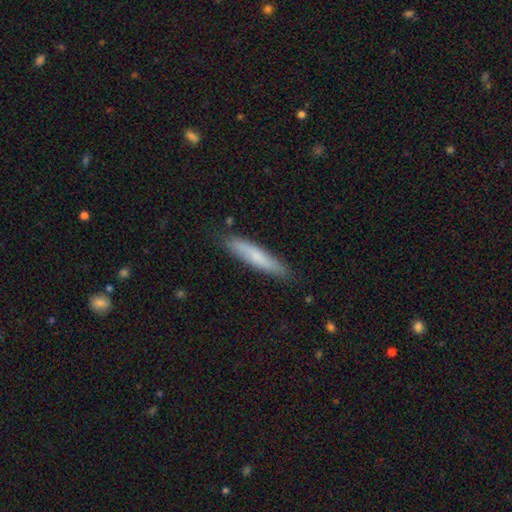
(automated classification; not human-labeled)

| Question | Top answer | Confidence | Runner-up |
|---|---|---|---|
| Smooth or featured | smooth | 70% | featured or disk (24%) |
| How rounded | cigar-shaped | 89% | in between (10%) |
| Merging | none | 84% | minor disturbance (13%) |